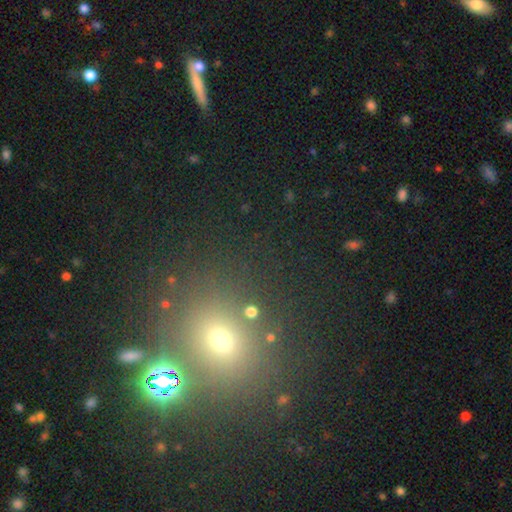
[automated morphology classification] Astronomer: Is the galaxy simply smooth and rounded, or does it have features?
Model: smooth — 48% (runner-up: star or artifact, 43%).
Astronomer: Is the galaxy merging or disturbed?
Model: none — 81%.